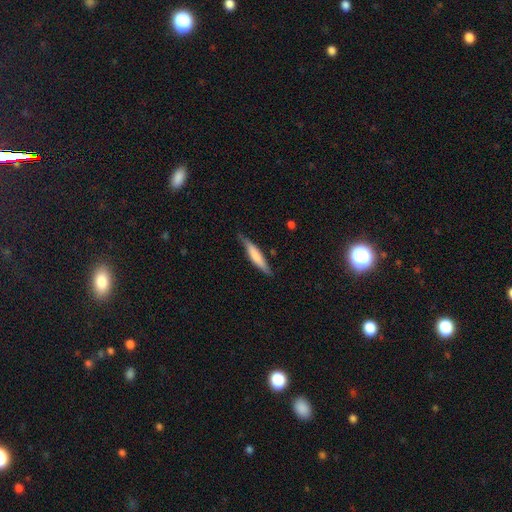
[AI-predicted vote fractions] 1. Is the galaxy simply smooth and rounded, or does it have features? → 65% smooth, 30% featured or disk, 5% star or artifact.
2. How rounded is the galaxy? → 87% cigar-shaped, 12% in between, 1% round.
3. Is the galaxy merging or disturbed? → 76% none, 19% minor disturbance, 3% major disturbance, 2% merger.